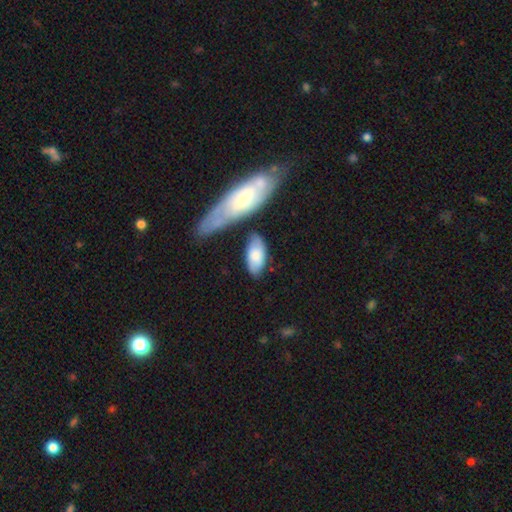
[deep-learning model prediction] A smooth galaxy with no disk features (73%) that is in between round and cigar-shaped (88%).

Vote fractions:
- Smooth or featured? smooth: 73% / featured or disk: 22% / star or artifact: 5%
- How rounded? in between: 88% / cigar-shaped: 10% / round: 2%
- Merging? none: 68% / minor disturbance: 18% / merger: 10% / major disturbance: 5%